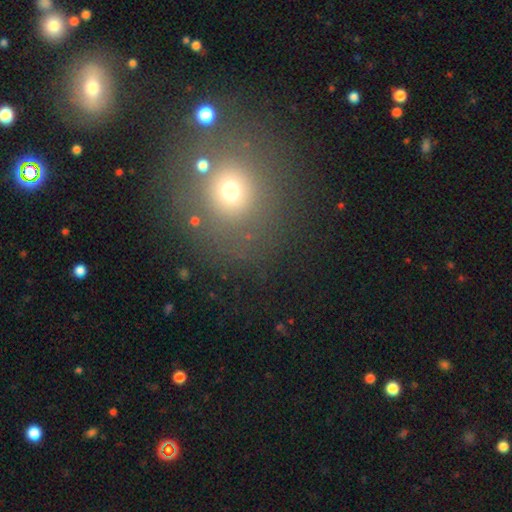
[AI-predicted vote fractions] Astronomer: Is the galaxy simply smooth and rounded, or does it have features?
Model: smooth — 59%.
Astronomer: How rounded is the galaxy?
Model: round — 87%.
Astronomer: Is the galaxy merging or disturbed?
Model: none — 80%.